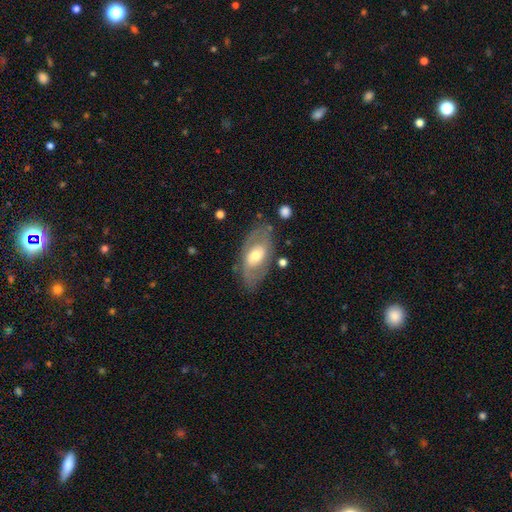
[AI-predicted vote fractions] Smooth or featured? Predicted: featured or disk (p=0.56). Edge-on disk? Predicted: no (p=0.88). Merging? Predicted: none (p=0.72).